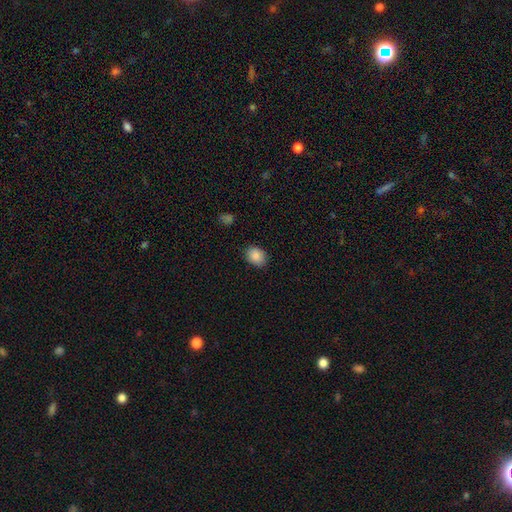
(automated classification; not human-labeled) smooth 88%, star or artifact 8%, featured or disk 4%. Down the decision tree: how rounded — in between (55%); merging — none (85%).